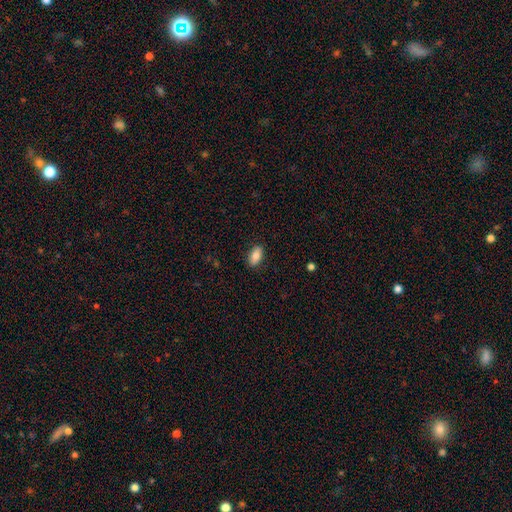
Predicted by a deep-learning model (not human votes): Smooth or featured?
  - smooth: 82% *
  - featured or disk: 11%
  - star or artifact: 7%
How rounded?
  - in between: 89% *
  - cigar-shaped: 6%
  - round: 4%
Merging?
  - none: 88% *
  - minor disturbance: 9%
  - major disturbance: 2%
  - merger: 1%